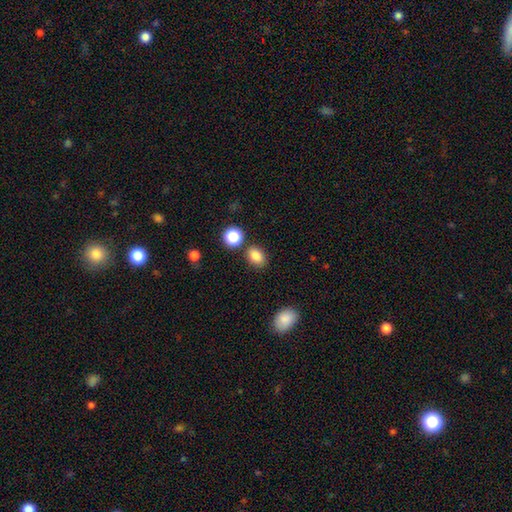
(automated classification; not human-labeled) A smooth galaxy with no disk features (85%) that is in between round and cigar-shaped (67%). Merging: none (78%).